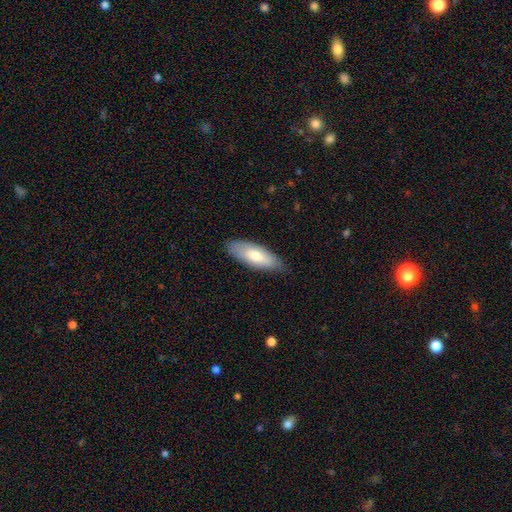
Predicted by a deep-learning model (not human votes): Smooth or featured: smooth — 74% (featured or disk — 21%)
How rounded: in between — 69% (cigar-shaped — 30%)
Merging: none — 82% (minor disturbance — 14%)